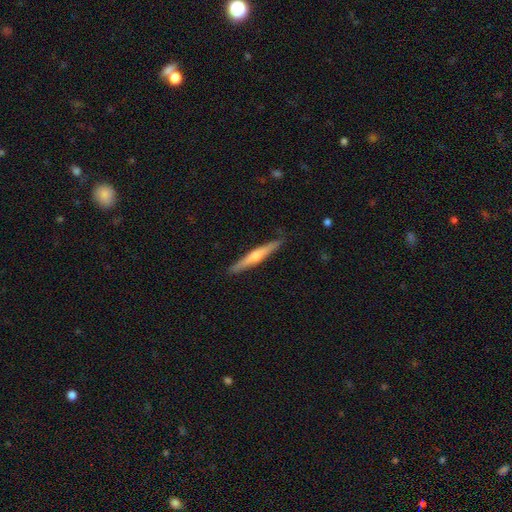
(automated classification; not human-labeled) Smooth or featured?
  - featured or disk: 61% *
  - smooth: 34%
  - star or artifact: 6%
Edge-on disk?
  - yes: 97% *
  - no: 3%
Edge-on bulge?
  - rounded: 83% *
  - none: 13%
  - boxy: 4%
Merging?
  - none: 89% *
  - minor disturbance: 8%
  - major disturbance: 1%
  - merger: 1%